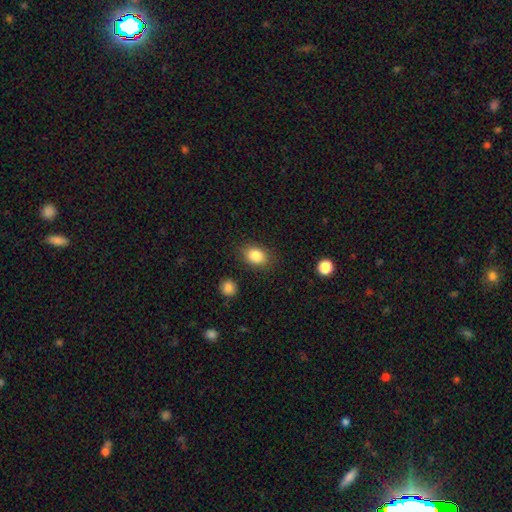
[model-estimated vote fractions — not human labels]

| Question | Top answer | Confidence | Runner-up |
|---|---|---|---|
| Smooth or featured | smooth | 85% | star or artifact (9%) |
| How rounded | in between | 69% | round (30%) |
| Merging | none | 82% | minor disturbance (12%) |